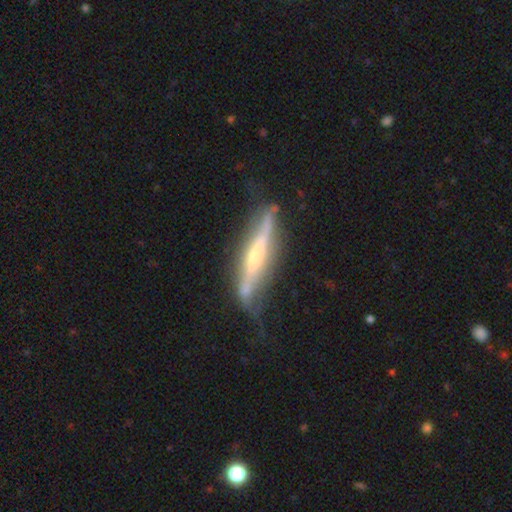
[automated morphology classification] Smooth or featured?
  - featured or disk: 73% *
  - smooth: 22%
  - star or artifact: 5%
Edge-on disk?
  - yes: 81% *
  - no: 19%
Edge-on bulge?
  - rounded: 48% *
  - none: 33%
  - boxy: 19%
Merging?
  - none: 56% *
  - minor disturbance: 29%
  - major disturbance: 10%
  - merger: 4%